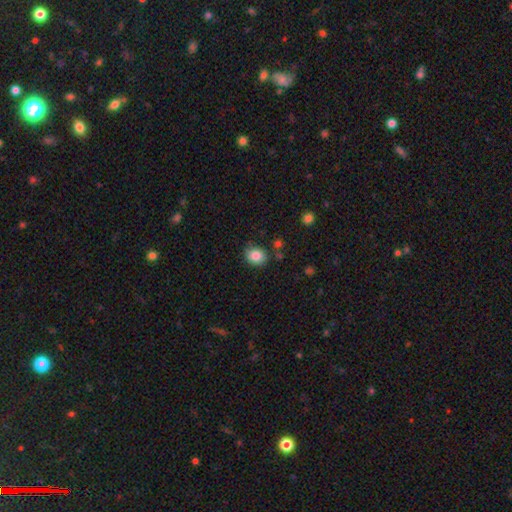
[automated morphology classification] This appears to be a smooth galaxy with no disk features (85%) that is round (62%). Merging: none (79%).